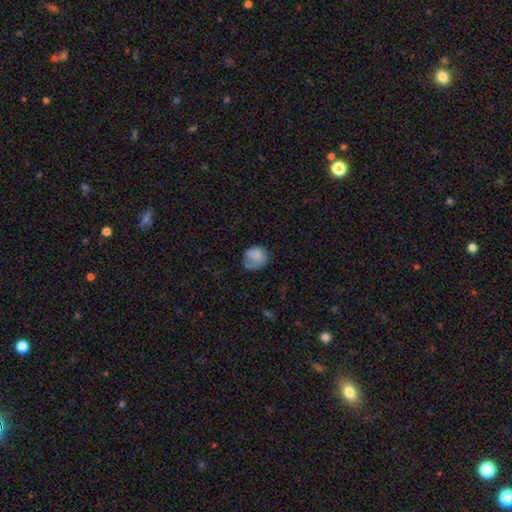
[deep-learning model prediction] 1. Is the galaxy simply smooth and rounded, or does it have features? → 69% smooth, 23% featured or disk, 9% star or artifact.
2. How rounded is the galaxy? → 61% round, 38% in between, 1% cigar-shaped.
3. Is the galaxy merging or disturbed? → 43% none, 30% minor disturbance, 24% major disturbance, 3% merger.